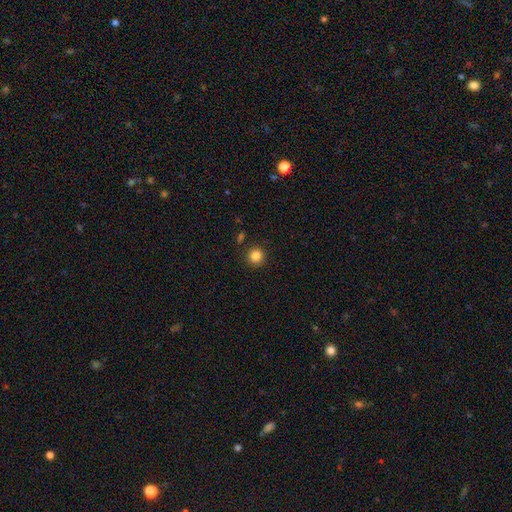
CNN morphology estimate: smooth 85%, star or artifact 11%, featured or disk 4%. Down the decision tree: how rounded — round (93%); merging — none (89%).